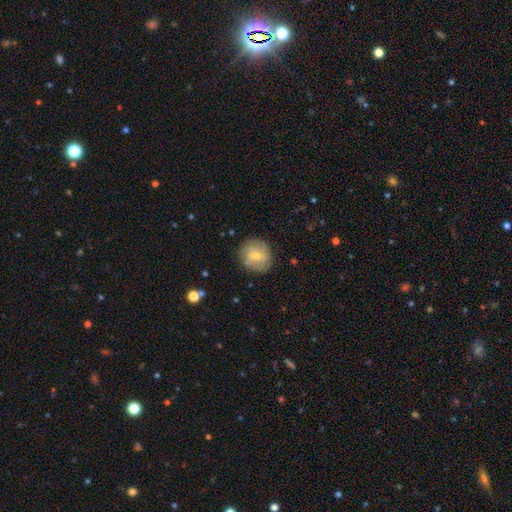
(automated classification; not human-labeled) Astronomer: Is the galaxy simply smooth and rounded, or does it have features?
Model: smooth — 58% (runner-up: featured or disk, 34%).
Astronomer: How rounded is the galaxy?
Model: round — 86%.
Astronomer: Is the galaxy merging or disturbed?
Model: none — 82%.